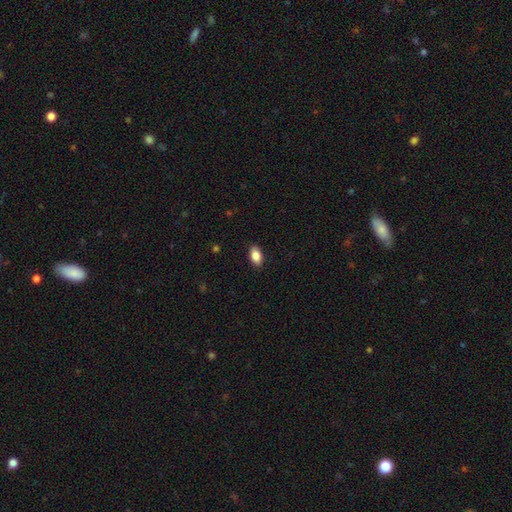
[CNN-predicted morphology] The model was most divided on "smooth or featured": smooth: 86%, star or artifact: 8%, featured or disk: 7%. More confident: how rounded — in between (91%); merging — none (89%).